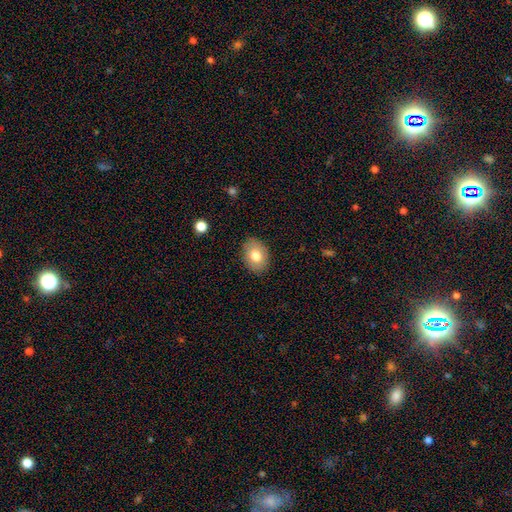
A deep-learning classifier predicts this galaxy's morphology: smooth_or_featured: smooth (p=0.78) [alt: featured or disk p=0.14]
how_rounded: in between (p=0.74) [alt: round p=0.25]
merging: none (p=0.87) [alt: minor disturbance p=0.10]